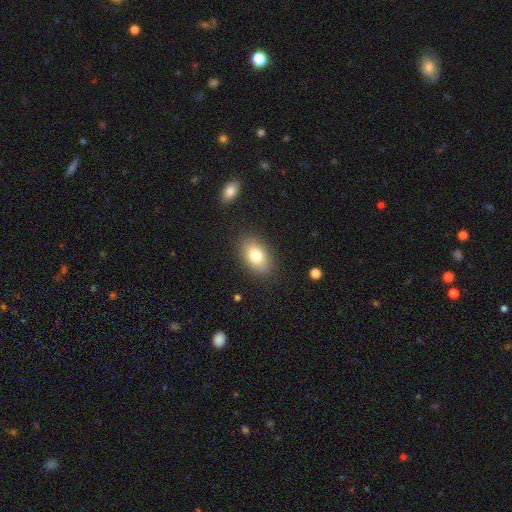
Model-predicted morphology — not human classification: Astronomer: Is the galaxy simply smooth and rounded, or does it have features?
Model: smooth — 79%.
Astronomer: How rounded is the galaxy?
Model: in between — 89%.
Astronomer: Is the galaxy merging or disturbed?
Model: none — 85%.